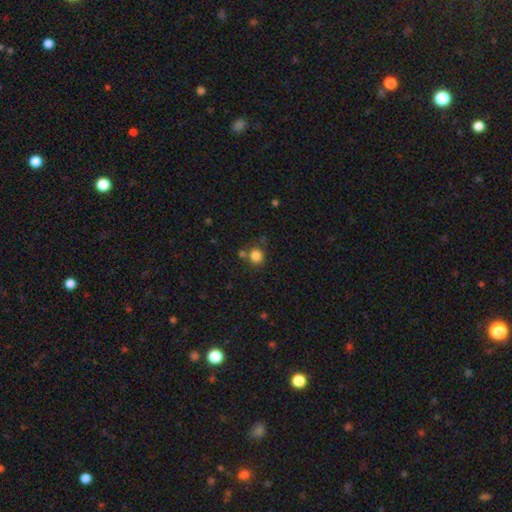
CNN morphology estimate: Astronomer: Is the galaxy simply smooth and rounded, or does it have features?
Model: smooth — 83%.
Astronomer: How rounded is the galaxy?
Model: round — 89%.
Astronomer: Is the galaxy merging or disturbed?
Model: none — 72%.